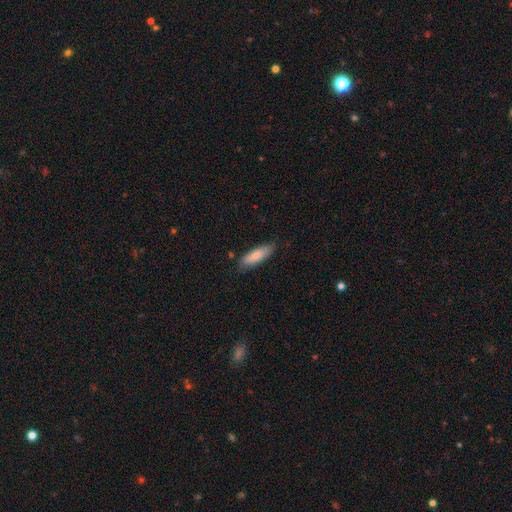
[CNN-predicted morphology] Smooth or featured? smooth (82%)
How rounded? cigar-shaped (50%)
Merging? none (80%)